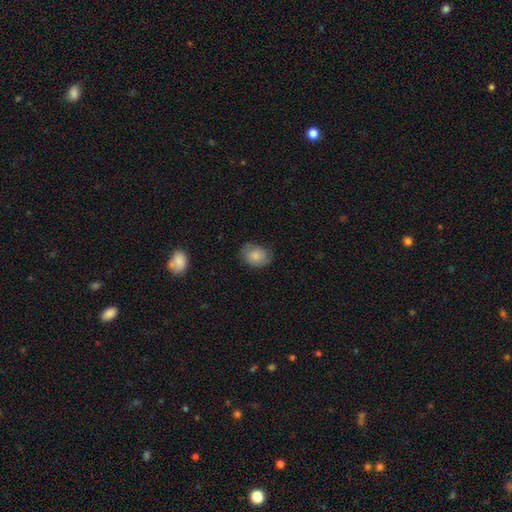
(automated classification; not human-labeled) smooth_or_featured: smooth (p=0.81) [alt: featured or disk p=0.11]
how_rounded: in between (p=0.64) [alt: round p=0.35]
merging: none (p=0.78) [alt: minor disturbance p=0.17]